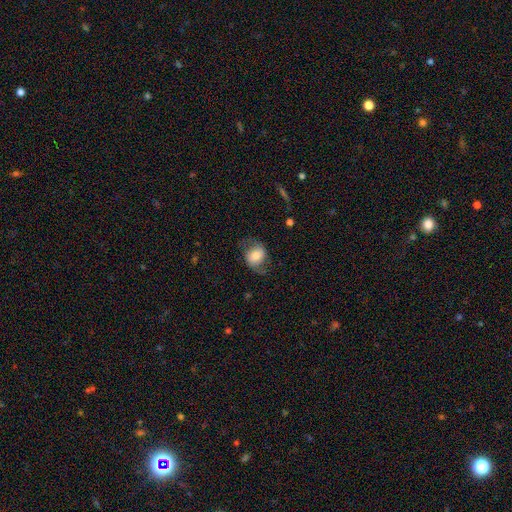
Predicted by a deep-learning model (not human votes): The model was most divided on "how rounded": in between: 50%, round: 49%, cigar-shaped: 1%. More confident: merging — none (64%); smooth or featured — smooth (51%).